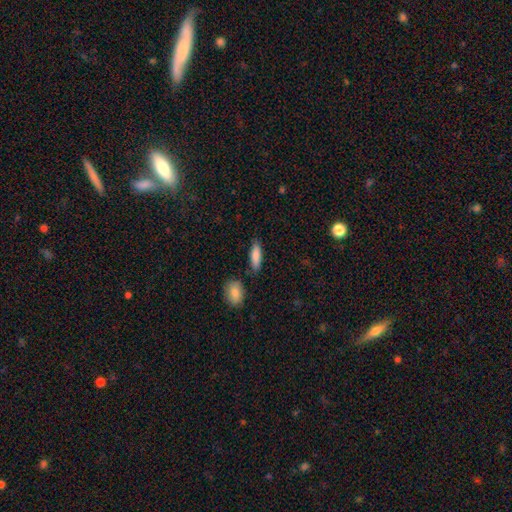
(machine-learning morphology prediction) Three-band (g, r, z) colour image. It shows a smooth galaxy with no disk features (86%) that is in between round and cigar-shaped (54%). Merging: none (81%).